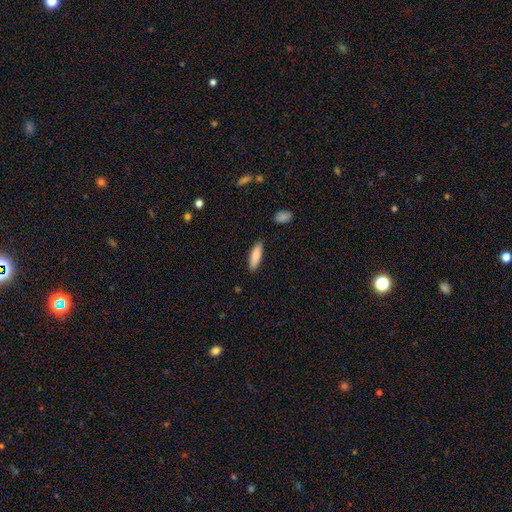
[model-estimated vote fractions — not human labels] A smooth galaxy with no disk features (85%) that is cigar-shaped (50%). Merging: none (87%).